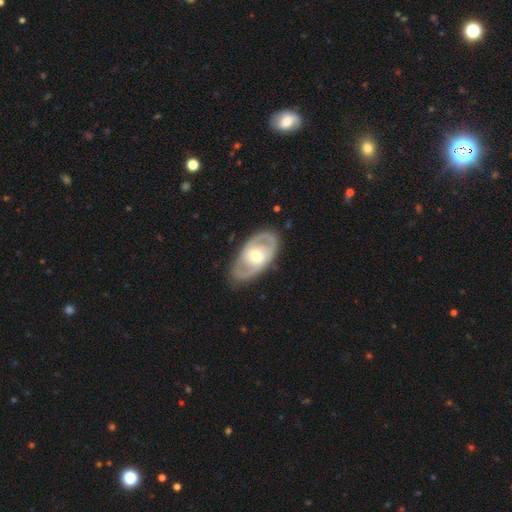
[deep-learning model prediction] Smooth or featured? Predicted: featured or disk (p=0.73). Edge-on disk? Predicted: no (p=0.91). Bar? Predicted: no (p=0.65). Spiral arms? Predicted: yes (p=0.64). Bulge size? Predicted: moderate (p=0.68). Merging? Predicted: none (p=0.81).